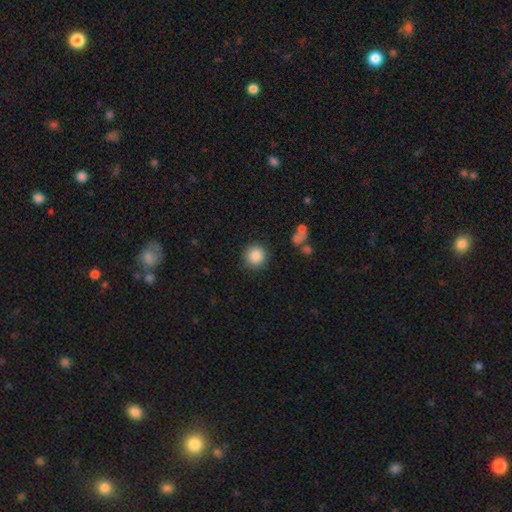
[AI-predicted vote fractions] Q: Smooth or featured?
A: smooth (87%); runner-up: star or artifact (9%)
Q: How rounded?
A: round (92%); runner-up: in between (7%)
Q: Merging?
A: none (88%); runner-up: minor disturbance (8%)